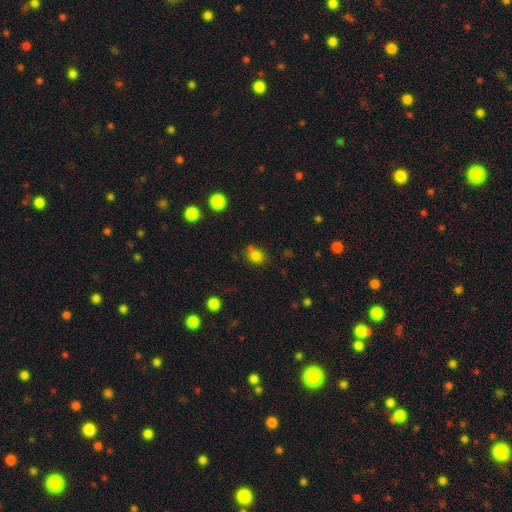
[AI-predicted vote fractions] smooth-or-featured: smooth: 80% | star or artifact: 14% | featured or disk: 6%
  how-rounded: round: 55% | in between: 44% | cigar-shaped: 1%
  merging: none: 64% | minor disturbance: 18% | merger: 12% | major disturbance: 5%